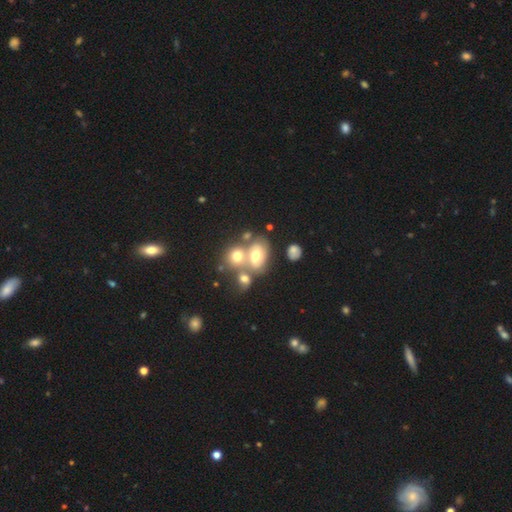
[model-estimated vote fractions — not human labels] Overall: smooth (54%; featured or disk 33%). How rounded: in between (71%). Merging: merger (51%; none 31%).